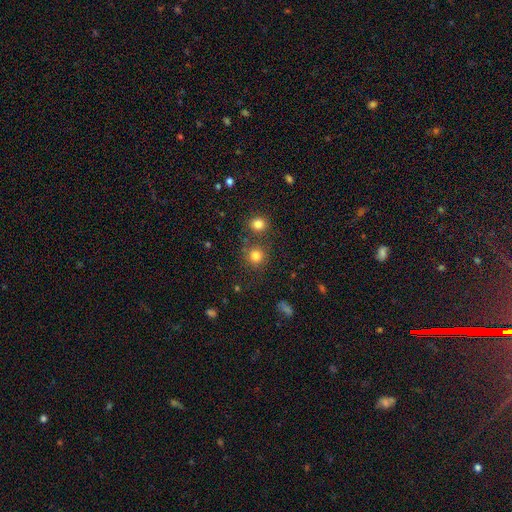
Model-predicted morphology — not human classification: Smooth or featured? Predicted: smooth (p=0.80). How rounded? Predicted: round (p=0.91). Merging? Predicted: none (p=0.73).